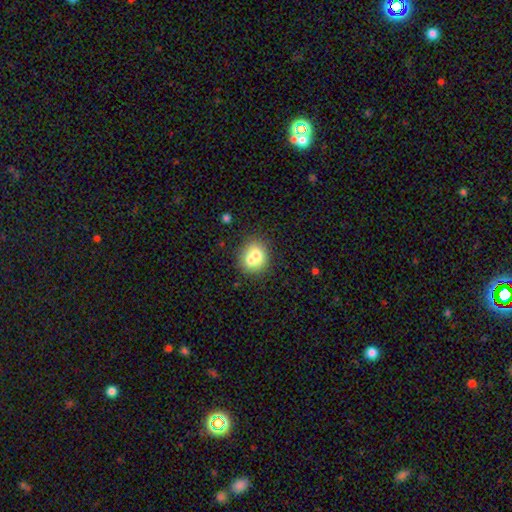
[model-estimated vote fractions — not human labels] A smooth galaxy with no disk features (69%) that is round (73%). Merging: none (44%).